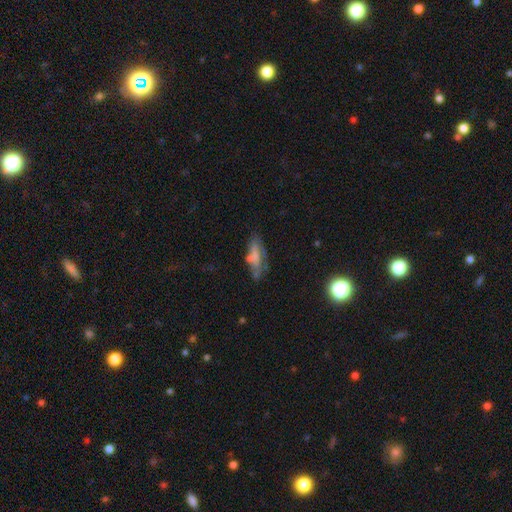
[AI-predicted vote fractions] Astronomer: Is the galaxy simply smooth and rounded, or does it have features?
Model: smooth — 56% (runner-up: featured or disk, 32%).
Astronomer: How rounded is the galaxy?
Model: in between — 53% (runner-up: cigar-shaped, 44%).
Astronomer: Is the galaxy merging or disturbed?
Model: none — 53%.